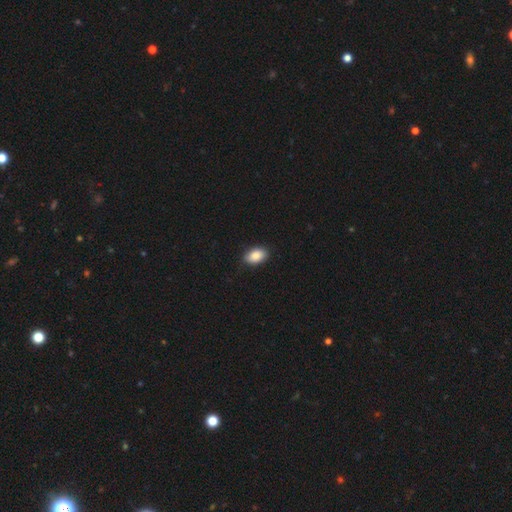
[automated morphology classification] smooth 88%, star or artifact 7%, featured or disk 5%. Down the decision tree: how rounded — in between (90%); merging — none (86%).